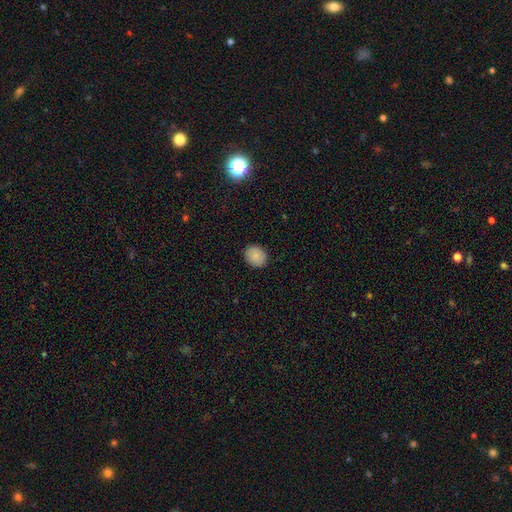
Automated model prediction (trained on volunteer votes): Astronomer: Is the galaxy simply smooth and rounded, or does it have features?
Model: smooth — 86%.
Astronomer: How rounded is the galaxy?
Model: round — 61% (runner-up: in between, 38%).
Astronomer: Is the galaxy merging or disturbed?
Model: none — 88%.